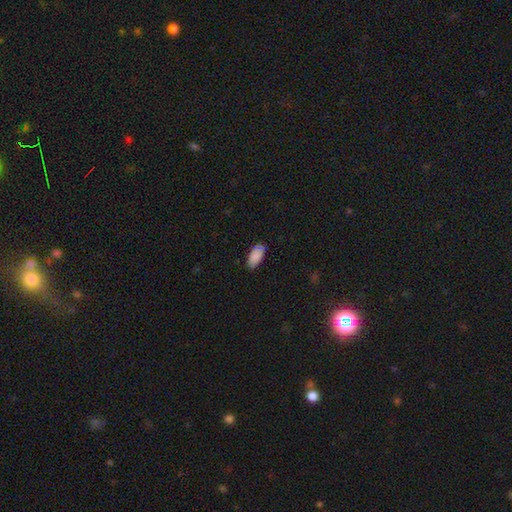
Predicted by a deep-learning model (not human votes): Smooth or featured?
  - smooth: 83% *
  - star or artifact: 9%
  - featured or disk: 8%
How rounded?
  - in between: 94% *
  - cigar-shaped: 3%
  - round: 3%
Merging?
  - none: 72% *
  - minor disturbance: 21%
  - major disturbance: 4%
  - merger: 3%